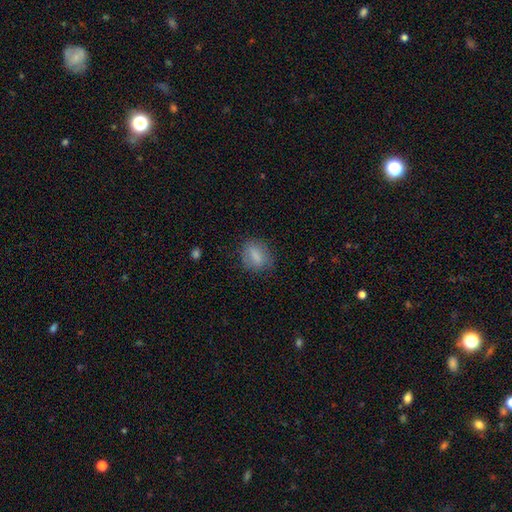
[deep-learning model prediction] A smooth galaxy with no disk features (76%) that is in between round and cigar-shaped (61%).

Vote fractions:
- Smooth or featured? smooth: 76% / featured or disk: 16% / star or artifact: 8%
- How rounded? in between: 61% / round: 35% / cigar-shaped: 4%
- Merging? none: 73% / minor disturbance: 19% / major disturbance: 7% / merger: 1%